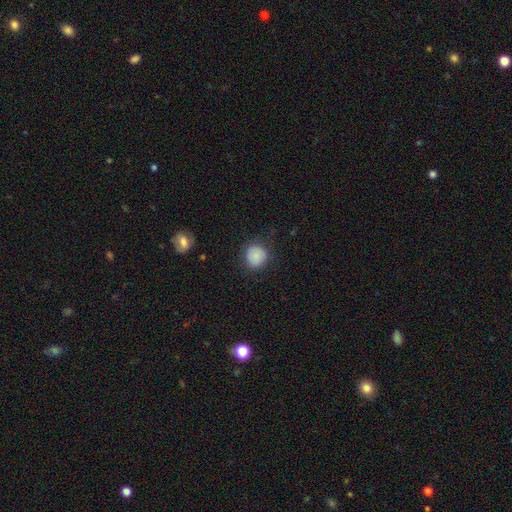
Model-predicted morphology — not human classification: Smooth or featured? smooth (83%)
How rounded? round (87%)
Merging? none (78%)